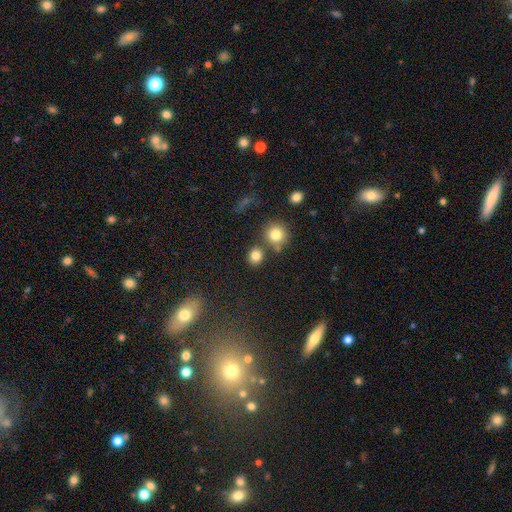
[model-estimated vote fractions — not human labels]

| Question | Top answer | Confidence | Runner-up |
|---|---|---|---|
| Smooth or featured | smooth | 82% | star or artifact (12%) |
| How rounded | round | 80% | in between (18%) |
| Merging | none | 73% | merger (15%) |